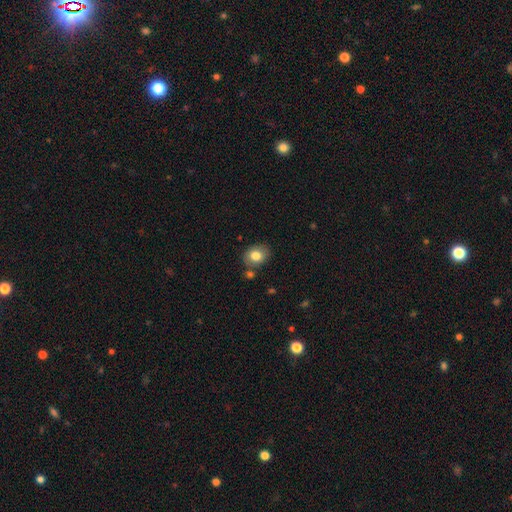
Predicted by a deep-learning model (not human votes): smooth-or-featured: smooth: 80% | featured or disk: 11% | star or artifact: 9%
  how-rounded: in between: 50% | round: 49% | cigar-shaped: 1%
  merging: none: 75% | minor disturbance: 13% | merger: 8% | major disturbance: 3%